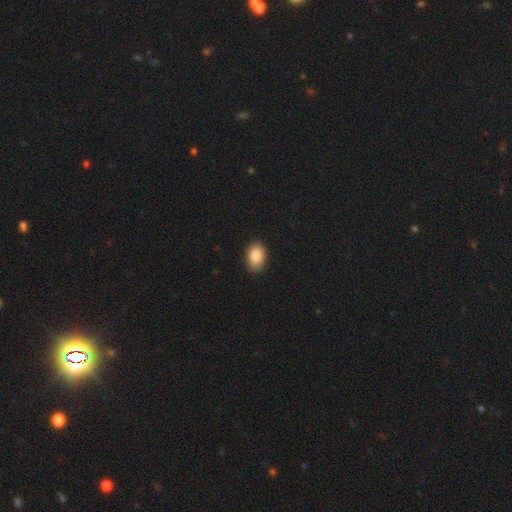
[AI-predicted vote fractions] smooth_or_featured: smooth (p=0.88) [alt: star or artifact p=0.07]
how_rounded: in between (p=0.90) [alt: round p=0.08]
merging: none (p=0.88) [alt: minor disturbance p=0.09]